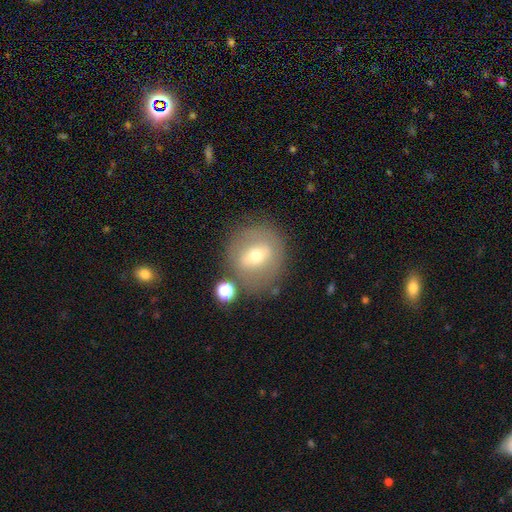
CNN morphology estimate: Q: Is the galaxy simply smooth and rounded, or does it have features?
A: smooth — 46%.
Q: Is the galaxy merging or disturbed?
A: none — 76%.